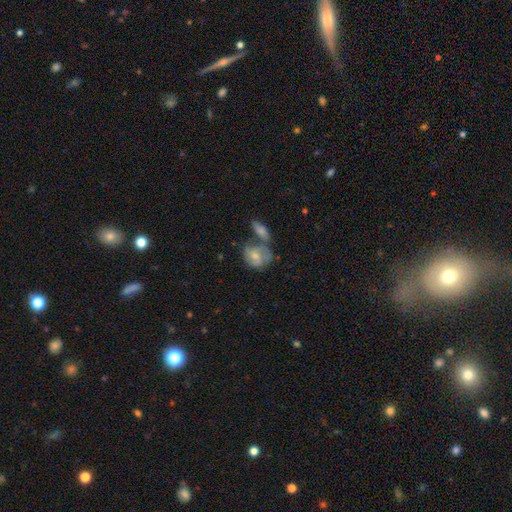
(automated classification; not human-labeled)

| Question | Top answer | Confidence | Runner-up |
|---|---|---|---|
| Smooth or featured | smooth | 48% | featured or disk (45%) |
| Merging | merger | 44% | none (29%) |